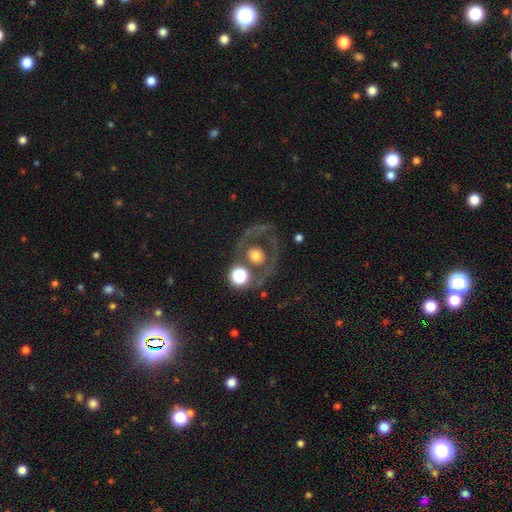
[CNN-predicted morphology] Smooth or featured? Predicted: featured or disk (p=0.46). Merging? Predicted: none (p=0.60).